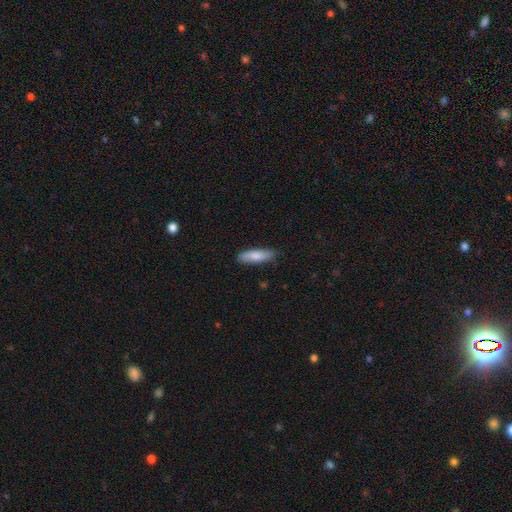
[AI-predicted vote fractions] A smooth galaxy with no disk features (79%) that is in between round and cigar-shaped (50%).

Vote fractions:
- Smooth or featured? smooth: 79% / featured or disk: 15% / star or artifact: 6%
- How rounded? in between: 50% / cigar-shaped: 48% / round: 2%
- Merging? none: 84% / minor disturbance: 13% / major disturbance: 2% / merger: 1%